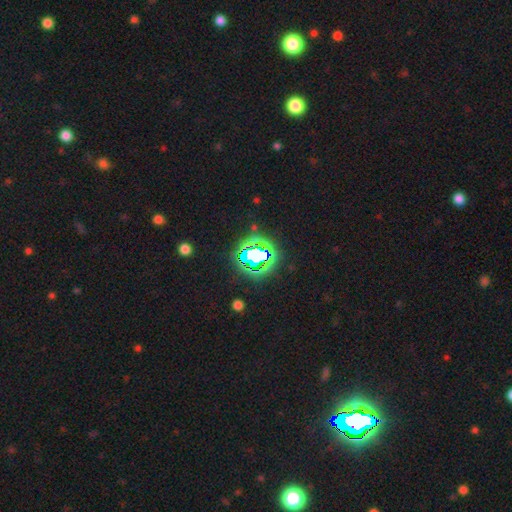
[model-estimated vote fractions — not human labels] Q: Smooth or featured?
A: star or artifact (69%); runner-up: smooth (19%)